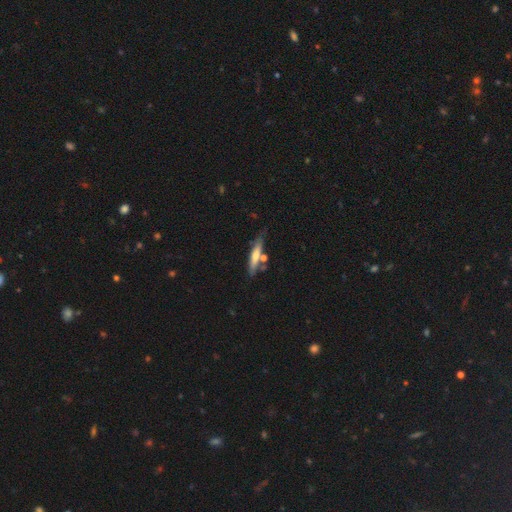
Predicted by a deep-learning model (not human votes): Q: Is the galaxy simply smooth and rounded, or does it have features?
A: smooth — 50%.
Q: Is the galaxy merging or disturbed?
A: none — 62%.